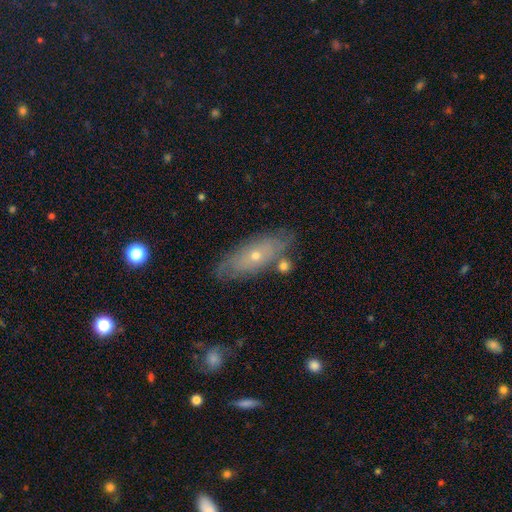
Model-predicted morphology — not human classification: Smooth or featured?
  - featured or disk: 51% *
  - smooth: 41%
  - star or artifact: 8%
Edge-on disk?
  - no: 75% *
  - yes: 25%
Merging?
  - none: 74% *
  - minor disturbance: 17%
  - major disturbance: 5%
  - merger: 4%